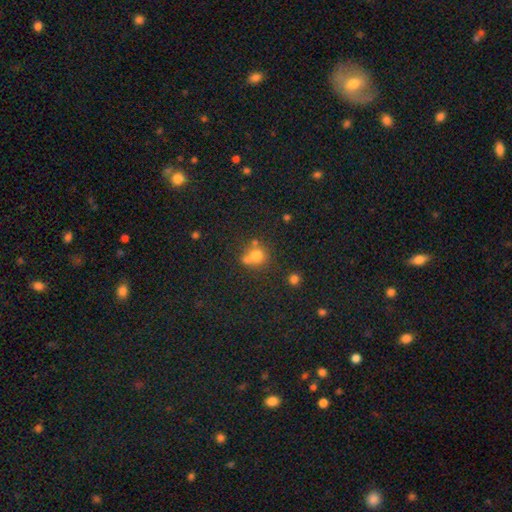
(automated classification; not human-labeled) This is likely a smooth galaxy (70%). How rounded: clearly round (85%). Merging: possibly none (49%).